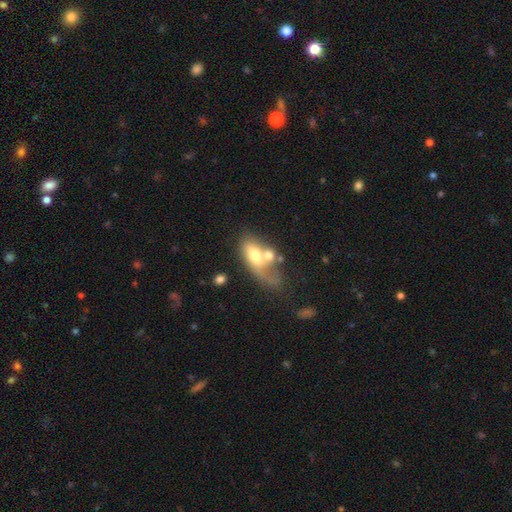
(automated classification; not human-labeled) smooth 56%, featured or disk 37%, star or artifact 8%. Down the decision tree: how rounded — in between (85%); merging — merger (50%).